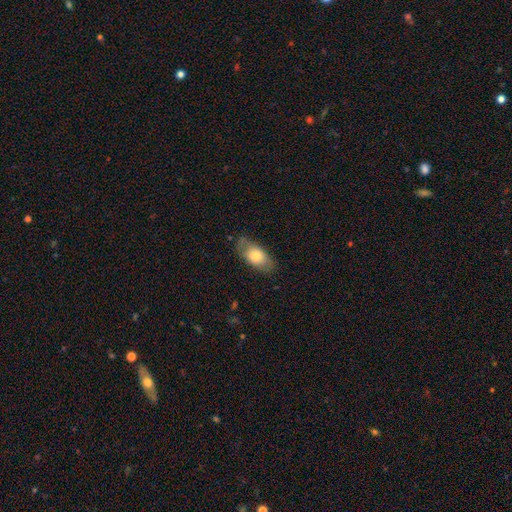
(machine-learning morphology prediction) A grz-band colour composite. It shows a smooth galaxy with no disk features (71%) that is in between round and cigar-shaped (89%). Merging: none (72%).